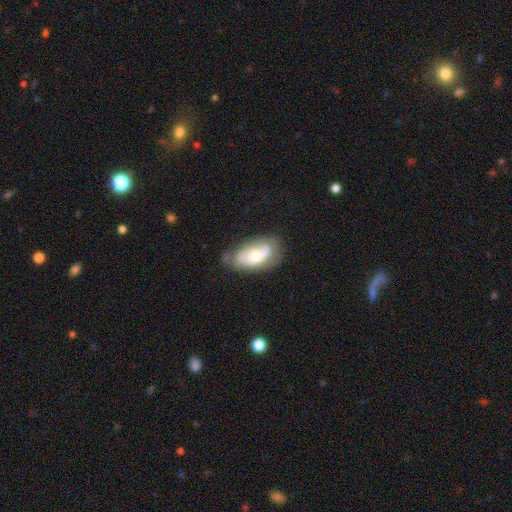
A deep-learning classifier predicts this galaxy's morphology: The model was most divided on "smooth or featured": featured or disk: 51%, smooth: 42%, star or artifact: 7%. More confident: edge-on disk — no (93%); merging — none (56%).